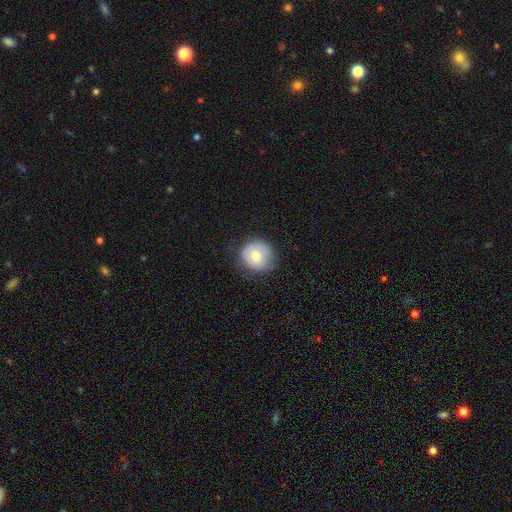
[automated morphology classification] This appears to be a smooth galaxy with no disk features (72%) that is round (88%). Merging: none (72%).